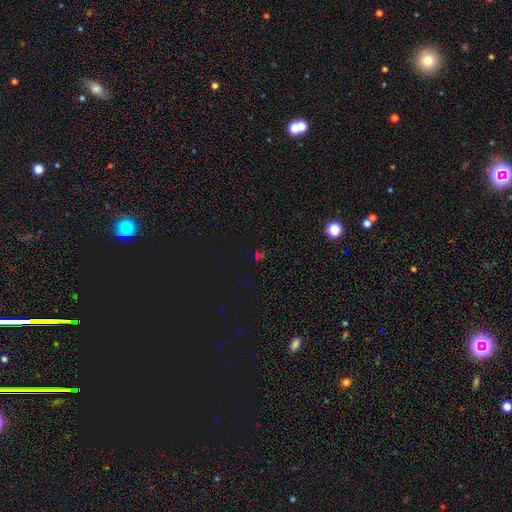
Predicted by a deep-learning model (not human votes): star or artifact 62%, smooth 29%, featured or disk 9%.